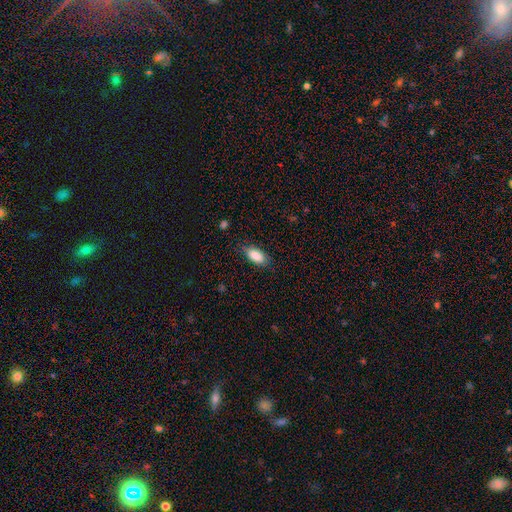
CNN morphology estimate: Smooth or featured?
  - smooth: 88% *
  - star or artifact: 7%
  - featured or disk: 5%
How rounded?
  - in between: 89% *
  - cigar-shaped: 8%
  - round: 3%
Merging?
  - none: 81% *
  - minor disturbance: 15%
  - major disturbance: 3%
  - merger: 1%